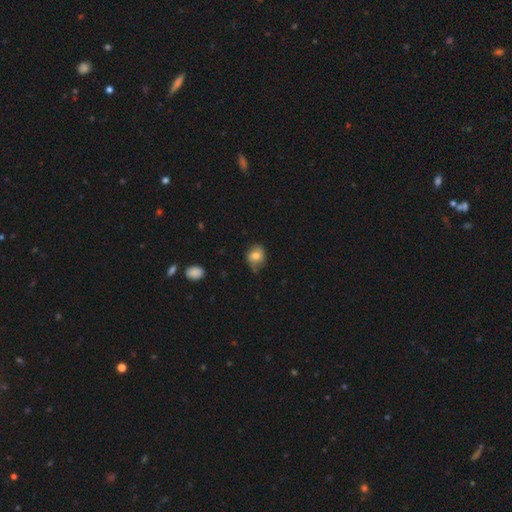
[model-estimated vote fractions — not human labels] smooth 71%, featured or disk 20%, star or artifact 9%. Down the decision tree: how rounded — round (60%); merging — none (57%).